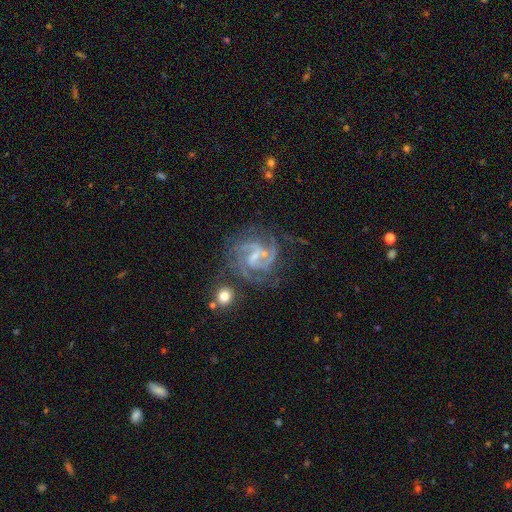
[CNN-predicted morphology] Smooth or featured: featured or disk — 88% (star or artifact — 7%)
Edge-on disk: no — 98% (yes — 2%)
Bar: weak — 52% (strong — 28%)
Spiral arms: yes — 98% (no — 2%)
Spiral winding: tight — 48% (medium — 44%)
Spiral arm count: 2 — 43% (3 — 28%)
Bulge size: small — 63% (moderate — 22%)
Merging: none — 71% (minor disturbance — 16%)